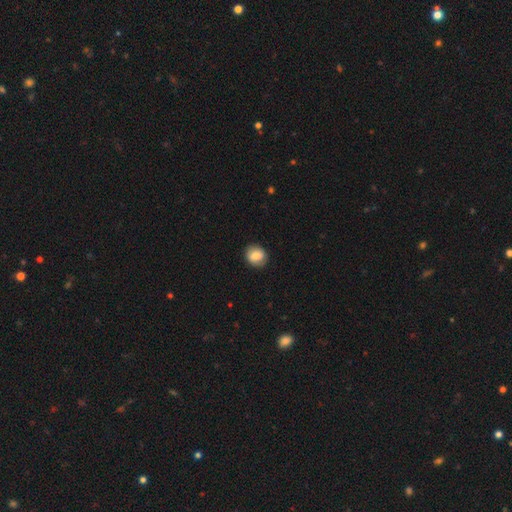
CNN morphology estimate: Smooth or featured? smooth (77%)
How rounded? round (72%)
Merging? none (85%)